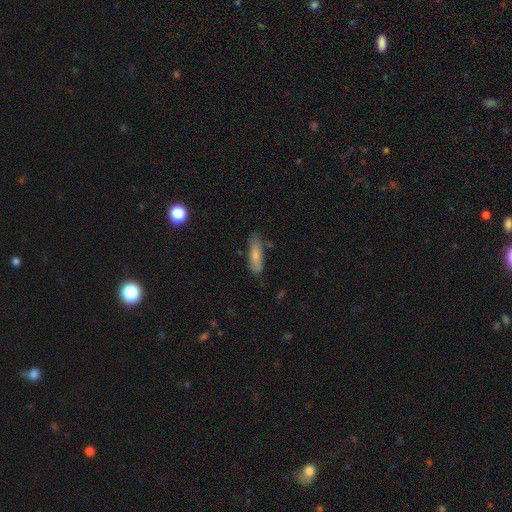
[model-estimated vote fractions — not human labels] This appears to be a smooth galaxy with no disk features (76%) that is cigar-shaped (54%). Merging: none (74%).